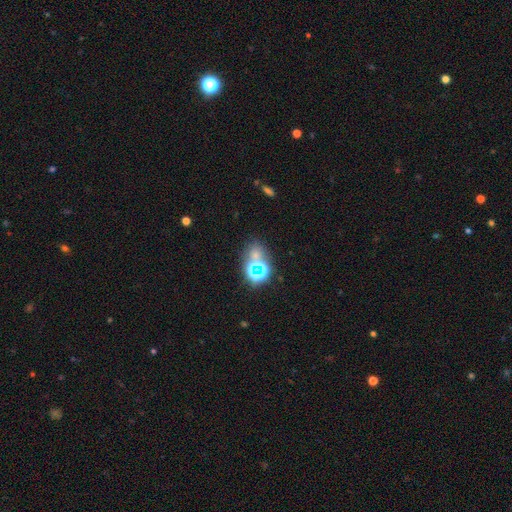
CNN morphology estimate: star or artifact 62%, smooth 27%, featured or disk 10%.